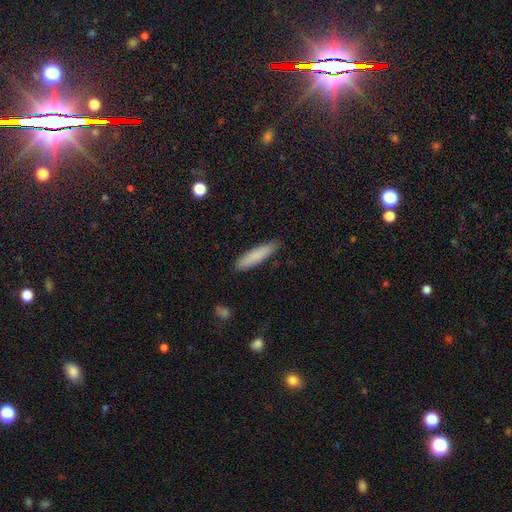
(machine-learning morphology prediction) smooth_or_featured: smooth (p=0.84) [alt: featured or disk p=0.10]
how_rounded: cigar-shaped (p=0.83) [alt: in between p=0.16]
merging: none (p=0.88) [alt: minor disturbance p=0.09]